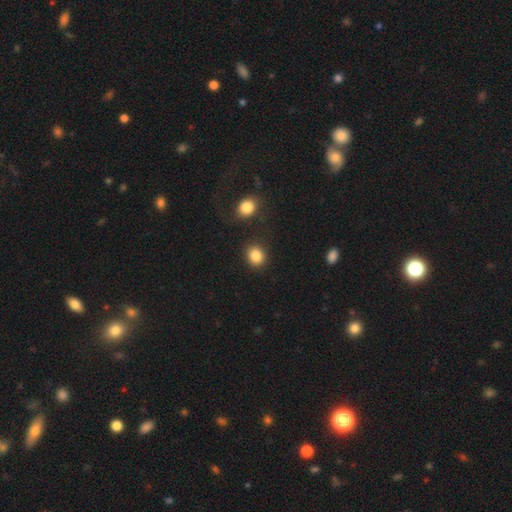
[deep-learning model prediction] Smooth or featured? Predicted: smooth (p=0.86). How rounded? Predicted: round (p=0.72). Merging? Predicted: none (p=0.84).